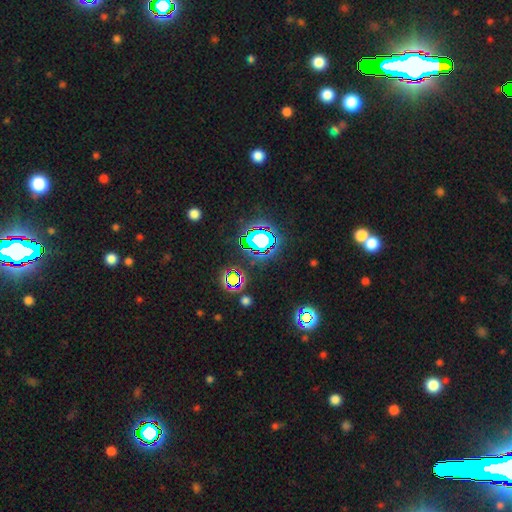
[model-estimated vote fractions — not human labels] The model was most divided on "smooth or featured": star or artifact: 80%, smooth: 12%, featured or disk: 8%.